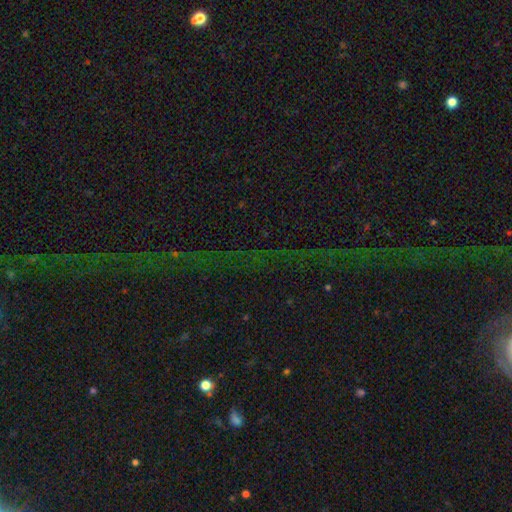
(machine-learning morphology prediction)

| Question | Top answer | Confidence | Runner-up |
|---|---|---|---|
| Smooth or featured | star or artifact | 77% | featured or disk (13%) |